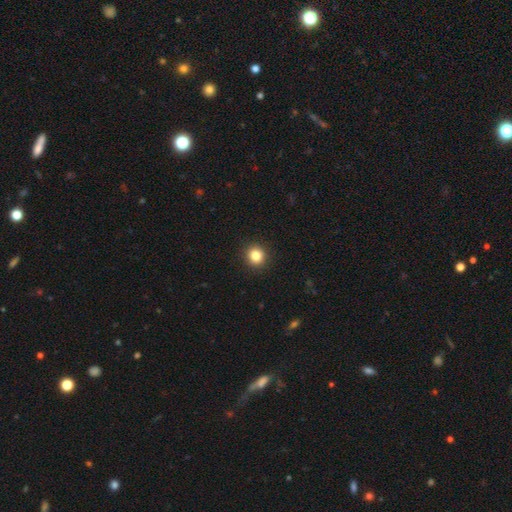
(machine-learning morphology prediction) A smooth galaxy with no disk features (84%) that is round (91%).

Vote fractions:
- Smooth or featured? smooth: 84% / star or artifact: 11% / featured or disk: 5%
- How rounded? round: 91% / in between: 8% / cigar-shaped: 1%
- Merging? none: 93% / minor disturbance: 5% / major disturbance: 2% / merger: 1%